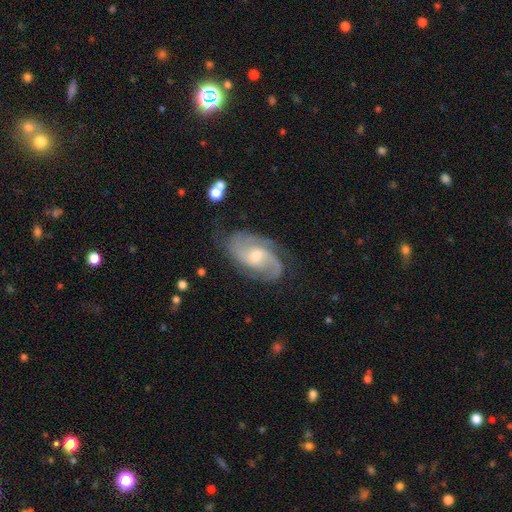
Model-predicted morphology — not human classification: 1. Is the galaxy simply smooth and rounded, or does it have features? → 87% featured or disk, 8% smooth, 5% star or artifact.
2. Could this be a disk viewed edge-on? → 97% no, 3% yes.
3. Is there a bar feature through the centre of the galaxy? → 47% no, 46% weak, 8% strong.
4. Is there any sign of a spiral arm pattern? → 97% yes, 3% no.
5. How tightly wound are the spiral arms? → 50% medium, 32% tight, 18% loose.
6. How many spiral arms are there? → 69% 2, 13% 3, 10% can't tell, 3% 1, 2% 4, 2% more than 4.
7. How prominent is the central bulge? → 58% moderate, 33% small, 5% large, 3% none, 1% dominant.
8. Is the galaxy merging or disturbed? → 72% none, 19% minor disturbance, 8% major disturbance, 2% merger.